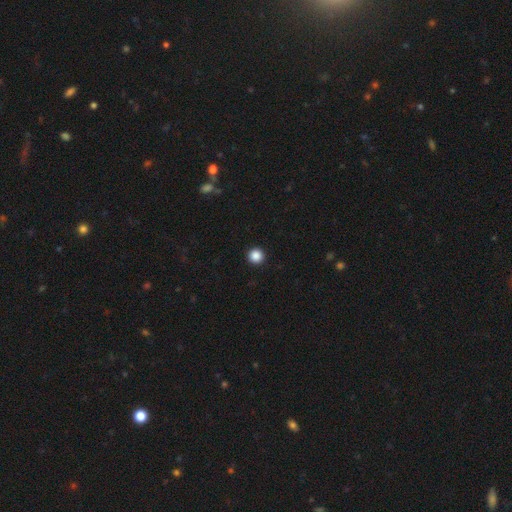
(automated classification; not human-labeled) This is clearly a smooth galaxy (87%). How rounded: clearly round (97%). Merging: clearly none (94%).